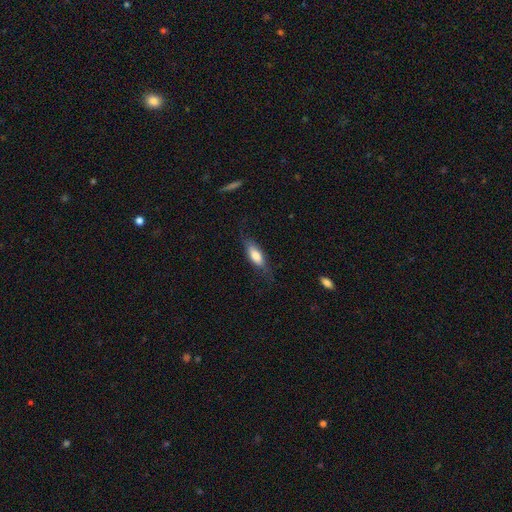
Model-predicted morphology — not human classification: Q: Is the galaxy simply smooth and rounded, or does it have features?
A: smooth — 72%.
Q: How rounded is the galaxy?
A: in between — 67%.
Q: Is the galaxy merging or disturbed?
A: none — 68%.